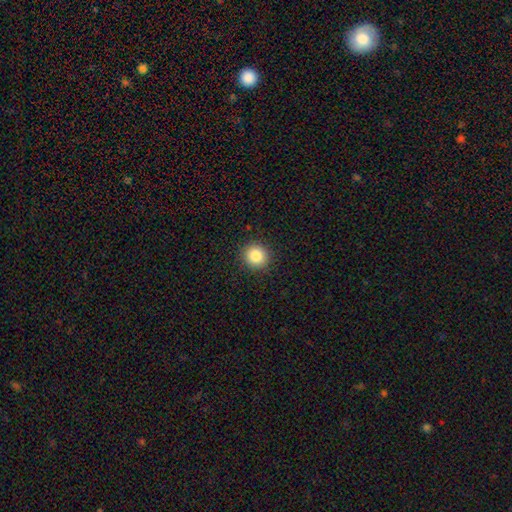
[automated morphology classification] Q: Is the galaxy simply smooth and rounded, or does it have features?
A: smooth — 84%.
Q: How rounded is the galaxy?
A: round — 92%.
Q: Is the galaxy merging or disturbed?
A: none — 92%.